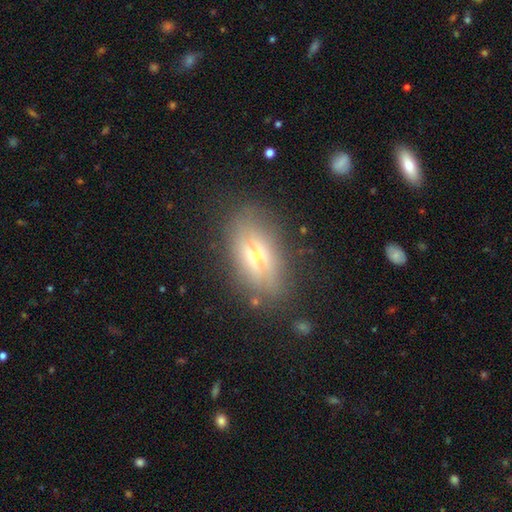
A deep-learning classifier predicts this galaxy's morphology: The model was most divided on "smooth or featured": featured or disk: 60%, smooth: 30%, star or artifact: 10%. More confident: merging — none (73%); edge-on disk — yes (69%).